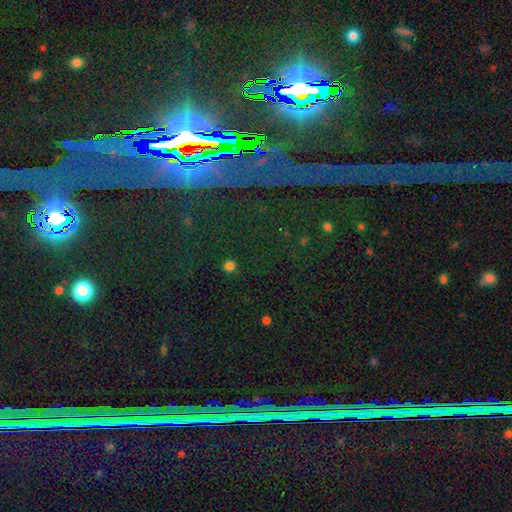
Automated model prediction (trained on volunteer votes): Smooth or featured?
  - star or artifact: 84% *
  - featured or disk: 9%
  - smooth: 7%